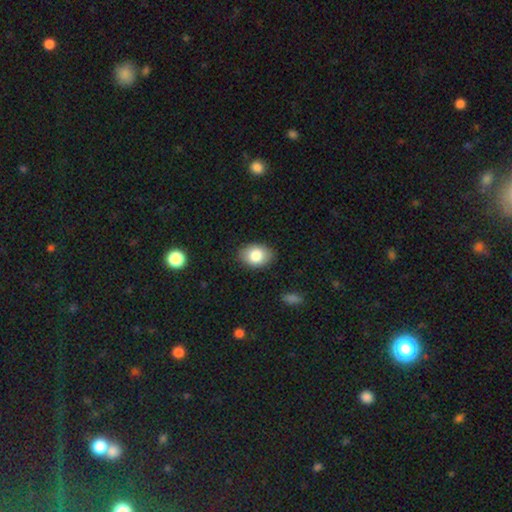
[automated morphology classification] This appears to be a smooth galaxy with no disk features (83%) that is in between round and cigar-shaped (78%). Merging: none (86%).